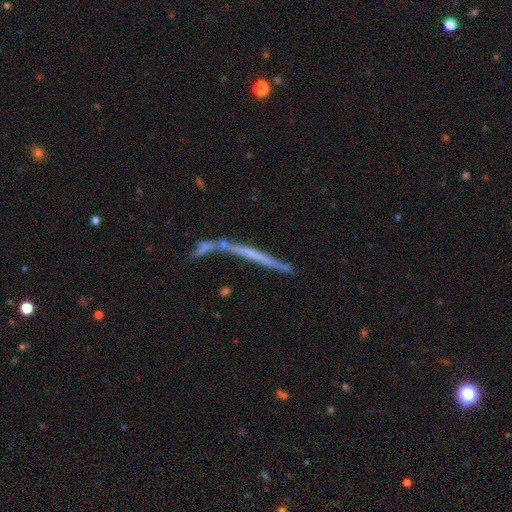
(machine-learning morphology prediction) Smooth or featured: featured or disk — 57% (smooth — 34%)
Edge-on disk: yes — 87% (no — 13%)
Merging: none — 44% (merger — 33%)